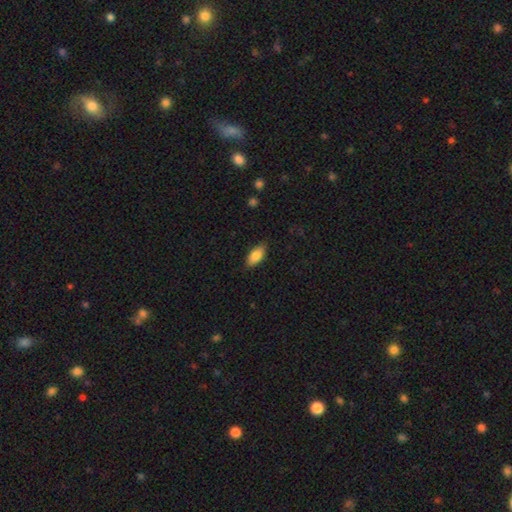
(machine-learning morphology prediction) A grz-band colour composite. It shows a smooth galaxy with no disk features (85%) that is in between round and cigar-shaped (89%). Merging: none (84%).